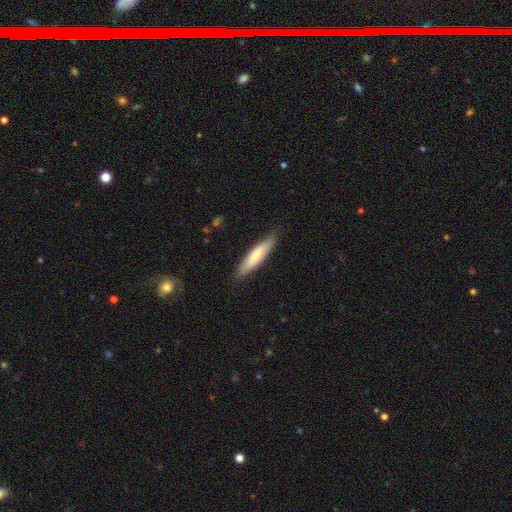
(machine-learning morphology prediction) Overall: smooth (74%). How rounded: cigar-shaped (79%). Merging: none (85%).